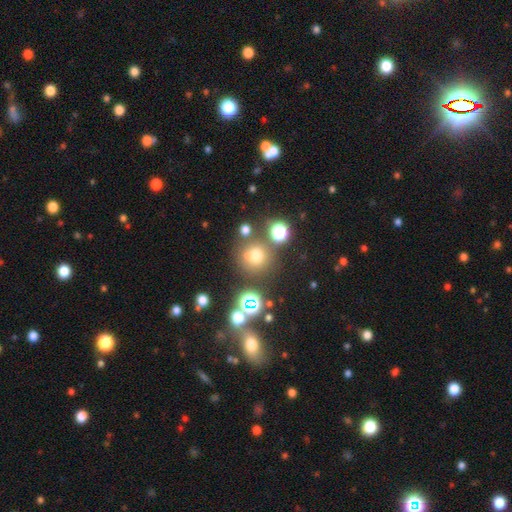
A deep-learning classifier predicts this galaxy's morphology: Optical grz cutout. It shows a smooth galaxy with no disk features (65%) that is round (92%). Merging: none (72%).